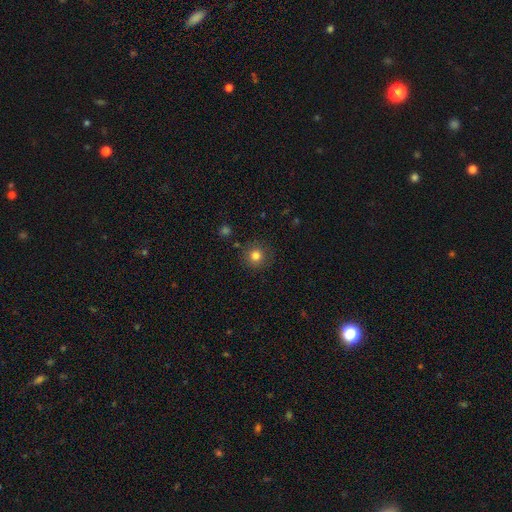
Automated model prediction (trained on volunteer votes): smooth-or-featured: smooth: 81% | star or artifact: 12% | featured or disk: 7%
  how-rounded: round: 94% | in between: 5% | cigar-shaped: 1%
  merging: none: 88% | minor disturbance: 8% | major disturbance: 3% | merger: 2%